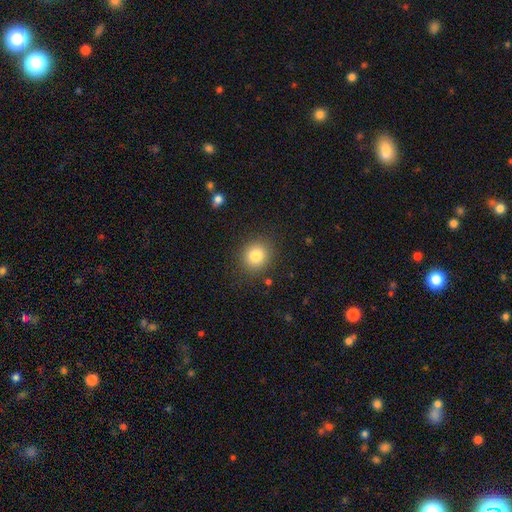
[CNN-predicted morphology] type=smooth (83%); roundness=round (83%); merging=none (87%).